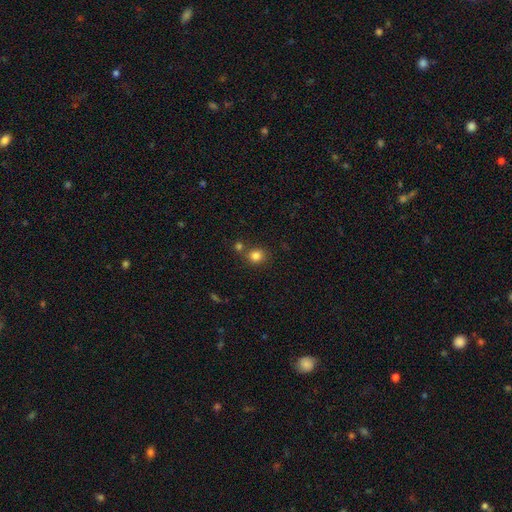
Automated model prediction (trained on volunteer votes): Smooth or featured? Predicted: smooth (p=0.82). How rounded? Predicted: round (p=0.80). Merging? Predicted: none (p=0.67).